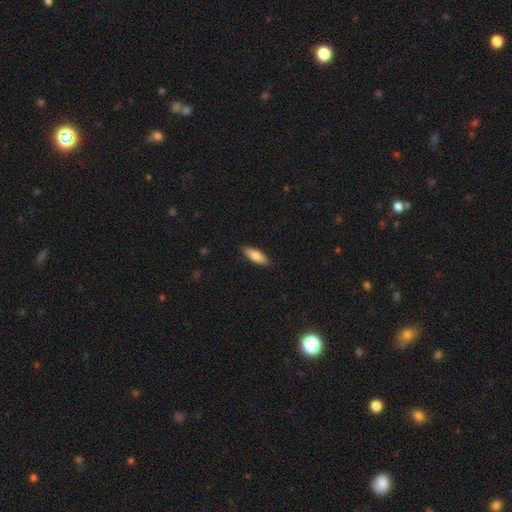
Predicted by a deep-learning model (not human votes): smooth 76%, featured or disk 18%, star or artifact 6%. Down the decision tree: how rounded — in between (61%); merging — none (88%).